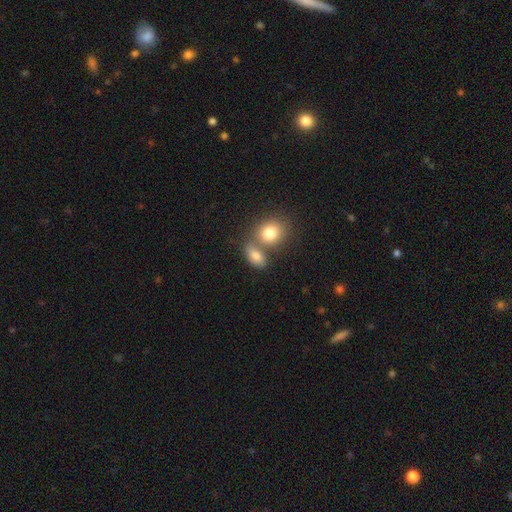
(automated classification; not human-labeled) Overall: smooth (79%). How rounded: in between (72%). Merging: none (42%, tied with merger).